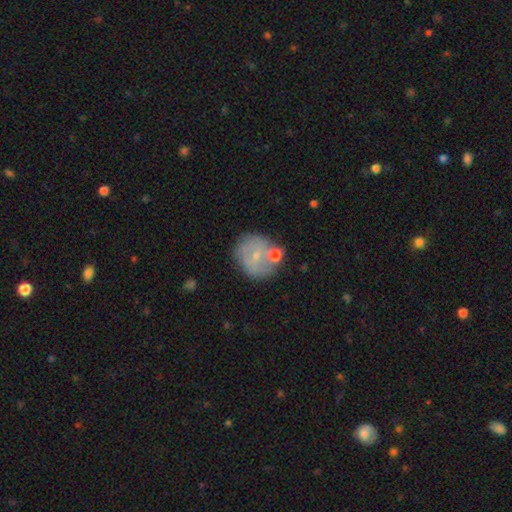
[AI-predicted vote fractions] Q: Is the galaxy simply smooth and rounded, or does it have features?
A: smooth — 53%.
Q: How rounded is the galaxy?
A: round — 85%.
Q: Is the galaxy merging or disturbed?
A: none — 60%.